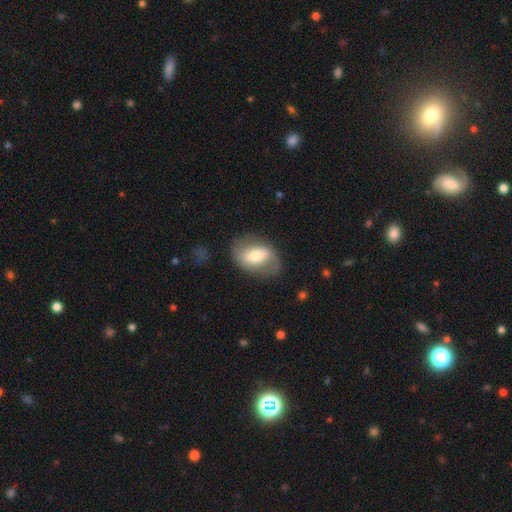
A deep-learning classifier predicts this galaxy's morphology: Smooth or featured? Predicted: featured or disk (p=0.50). Merging? Predicted: none (p=0.74).